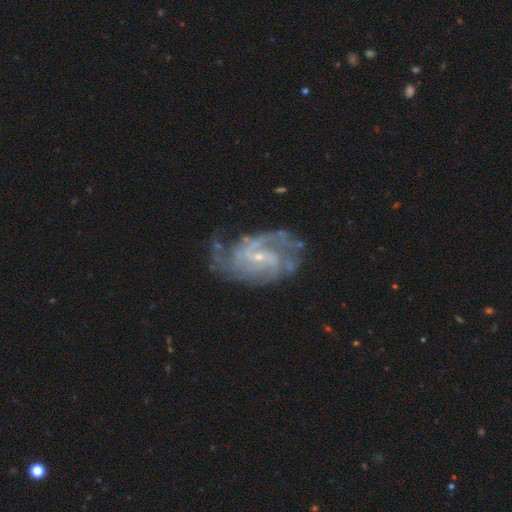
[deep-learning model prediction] This appears to be a featured or disk galaxy (84%) with a weak bar (48%), 2 (29%) medium (44%) spiral arms (94%) and a small central bulge (77%). Merging: none (65%).